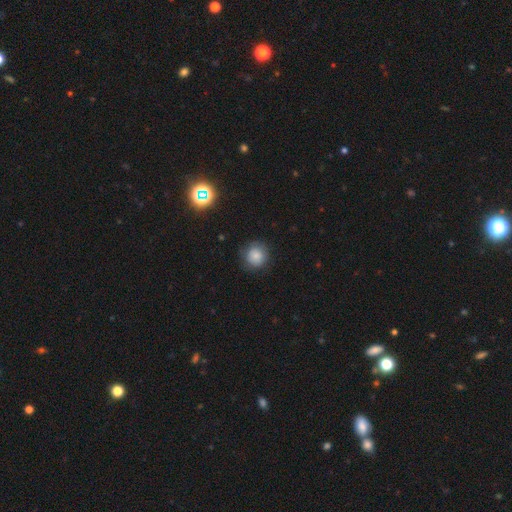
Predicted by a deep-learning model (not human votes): Smooth or featured?
  - smooth: 78% *
  - featured or disk: 11%
  - star or artifact: 11%
How rounded?
  - round: 90% *
  - in between: 9%
  - cigar-shaped: 1%
Merging?
  - none: 80% *
  - minor disturbance: 15%
  - major disturbance: 4%
  - merger: 1%